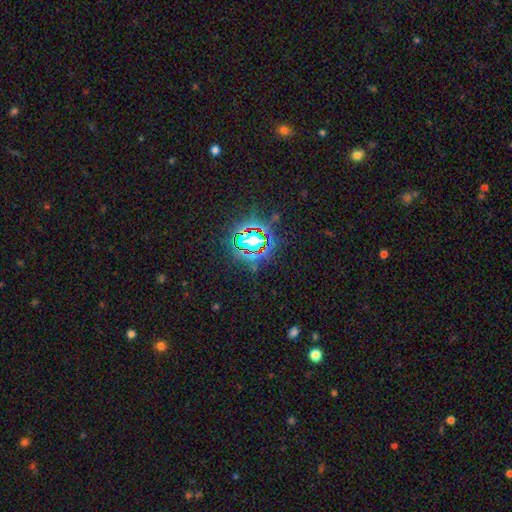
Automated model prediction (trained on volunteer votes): star or artifact 80%, smooth 12%, featured or disk 8%.